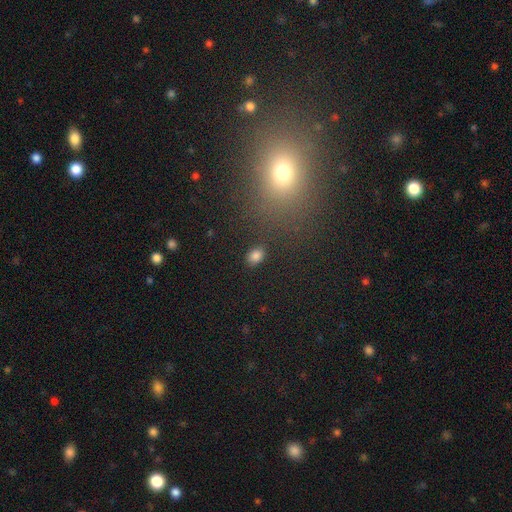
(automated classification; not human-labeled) Q: Smooth or featured?
A: smooth (83%); runner-up: star or artifact (12%)
Q: How rounded?
A: in between (72%); runner-up: round (27%)
Q: Merging?
A: none (83%); runner-up: minor disturbance (11%)